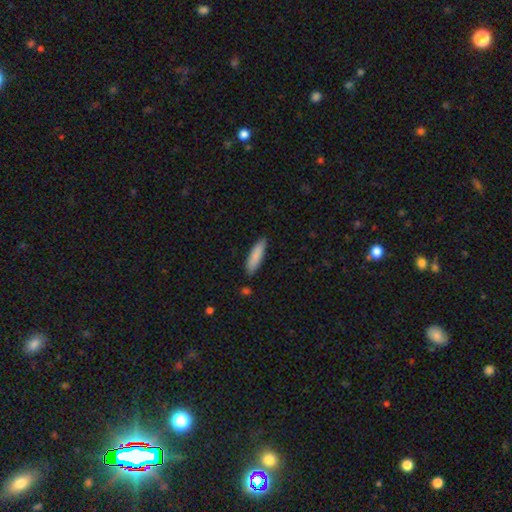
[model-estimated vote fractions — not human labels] smooth_or_featured: smooth (p=0.86) [alt: featured or disk p=0.08]
how_rounded: cigar-shaped (p=0.67) [alt: in between p=0.32]
merging: none (p=0.85) [alt: minor disturbance p=0.11]